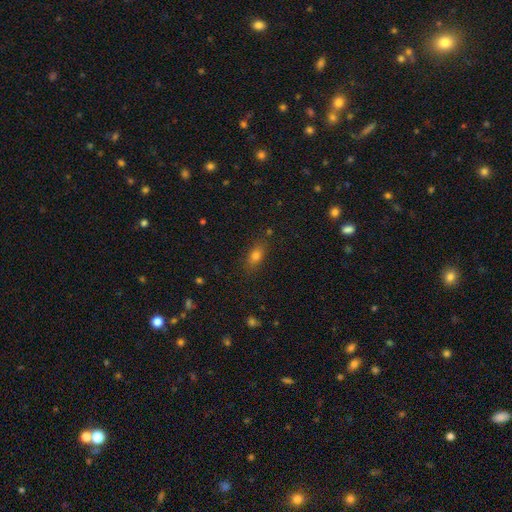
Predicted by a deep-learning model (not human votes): This appears to be a smooth galaxy with no disk features (75%) that is in between round and cigar-shaped (76%). Merging: none (82%).